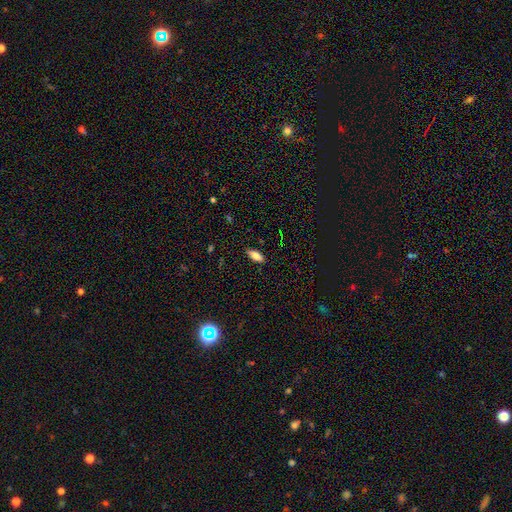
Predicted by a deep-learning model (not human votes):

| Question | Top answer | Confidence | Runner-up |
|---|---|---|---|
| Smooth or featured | smooth | 76% | featured or disk (15%) |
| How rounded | in between | 80% | cigar-shaped (18%) |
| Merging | none | 87% | minor disturbance (9%) |